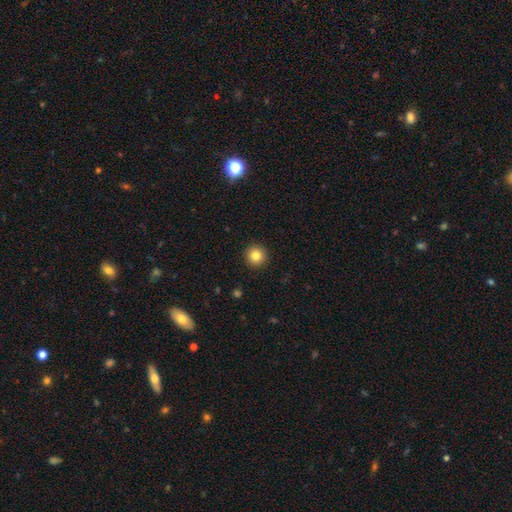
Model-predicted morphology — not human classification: smooth-or-featured: smooth: 83% | star or artifact: 10% | featured or disk: 7%
  how-rounded: round: 96% | in between: 3% | cigar-shaped: 1%
  merging: none: 93% | minor disturbance: 4% | major disturbance: 2% | merger: 1%